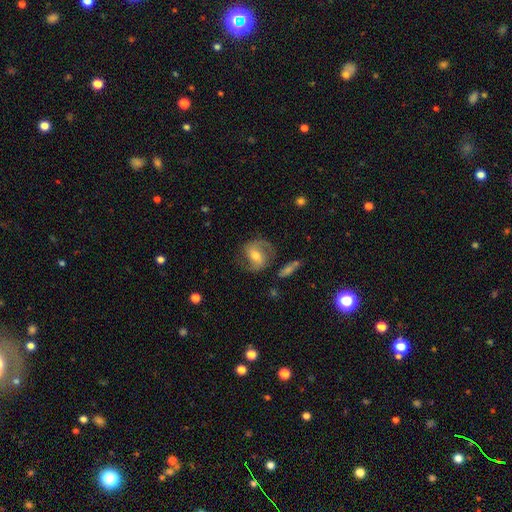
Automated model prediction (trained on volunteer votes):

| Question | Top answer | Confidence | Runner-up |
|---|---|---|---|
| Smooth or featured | featured or disk | 76% | smooth (17%) |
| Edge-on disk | no | 97% | yes (3%) |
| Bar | weak | 43% | no (29%) |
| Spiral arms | yes | 92% | no (8%) |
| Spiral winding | medium | 52% | loose (26%) |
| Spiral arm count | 2 | 88% | can't tell (5%) |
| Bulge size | moderate | 60% | small (31%) |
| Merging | none | 74% | minor disturbance (15%) |